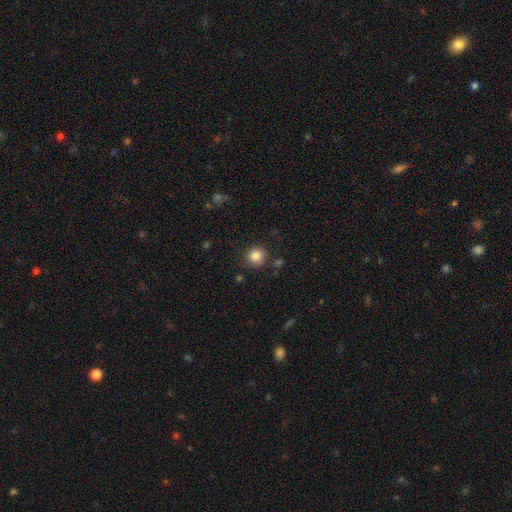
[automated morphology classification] The model was most divided on "smooth or featured": smooth: 85%, star or artifact: 11%, featured or disk: 5%. More confident: how rounded — round (92%); merging — none (87%).